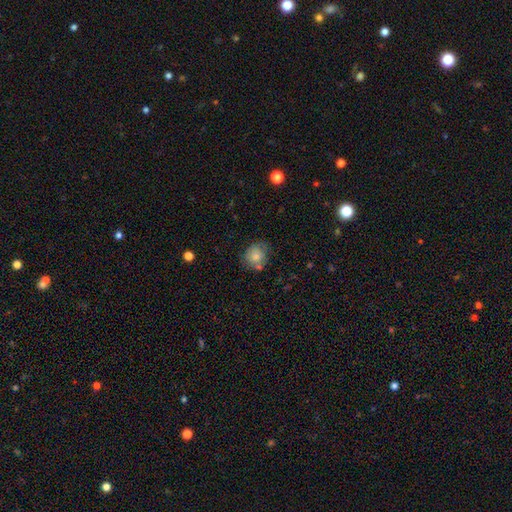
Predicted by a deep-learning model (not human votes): Smooth or featured? smooth (74%)
How rounded? round (72%)
Merging? none (58%)